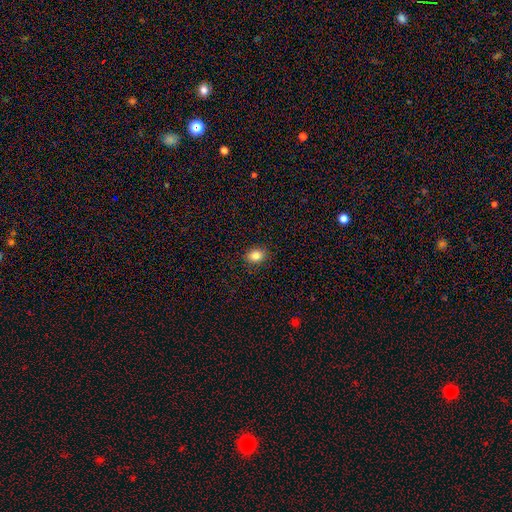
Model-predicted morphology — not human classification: This is clearly a smooth galaxy (84%). How rounded: likely in between (63%). Merging: clearly none (89%).